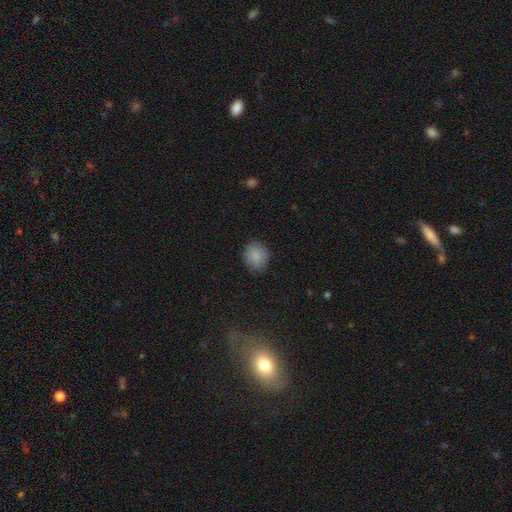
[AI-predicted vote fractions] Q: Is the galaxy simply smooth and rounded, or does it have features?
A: smooth — 86%.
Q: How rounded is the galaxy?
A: round — 70%.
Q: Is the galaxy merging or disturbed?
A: none — 84%.